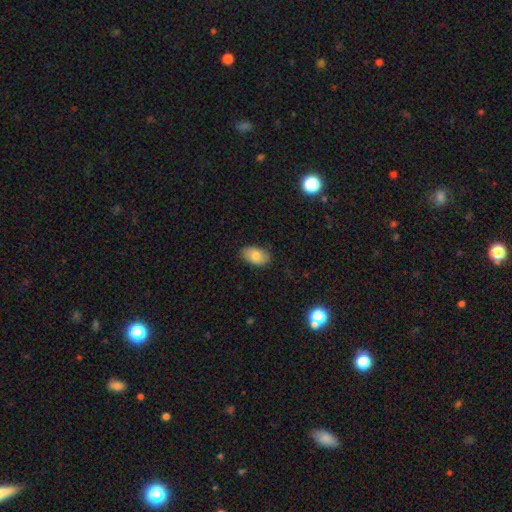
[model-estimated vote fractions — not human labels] Q: Smooth or featured?
A: smooth (79%); runner-up: featured or disk (13%)
Q: How rounded?
A: in between (93%); runner-up: round (6%)
Q: Merging?
A: none (83%); runner-up: minor disturbance (14%)